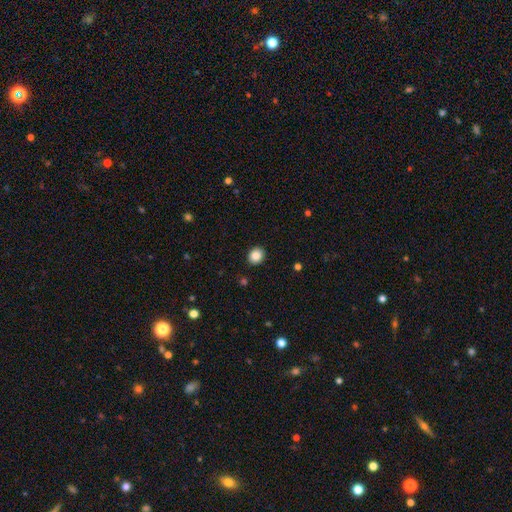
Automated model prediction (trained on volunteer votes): Morphology: type=smooth (88%); roundness=round (70%); merging=none (90%).